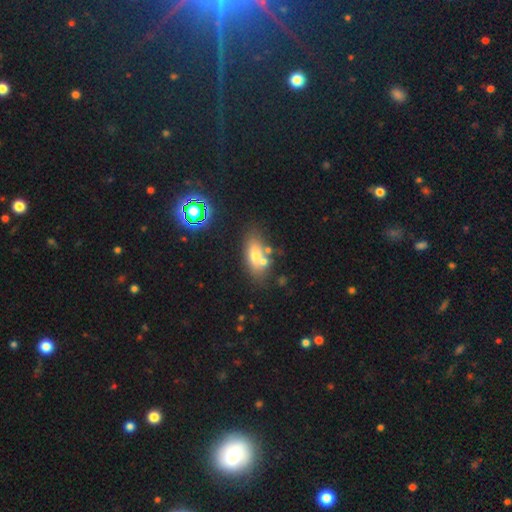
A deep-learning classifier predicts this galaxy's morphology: The model was most divided on "merging": none: 59%, merger: 21%, minor disturbance: 15%, major disturbance: 6%. More confident: how rounded — in between (81%); smooth or featured — smooth (64%).